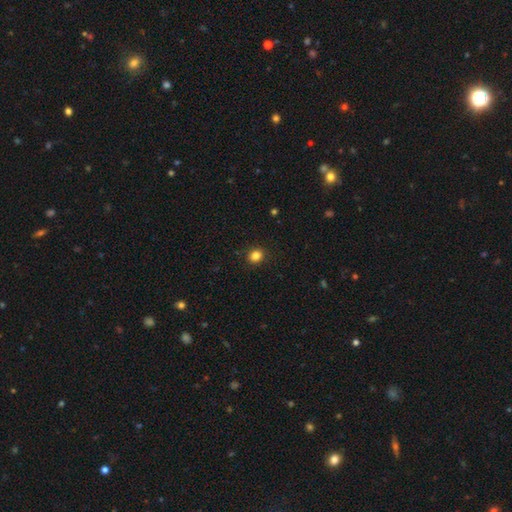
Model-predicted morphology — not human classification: A smooth galaxy with no disk features (85%) that is round (76%).

Vote fractions:
- Smooth or featured? smooth: 85% / star or artifact: 12% / featured or disk: 4%
- How rounded? round: 76% / in between: 23% / cigar-shaped: 1%
- Merging? none: 90% / minor disturbance: 7% / major disturbance: 2% / merger: 1%